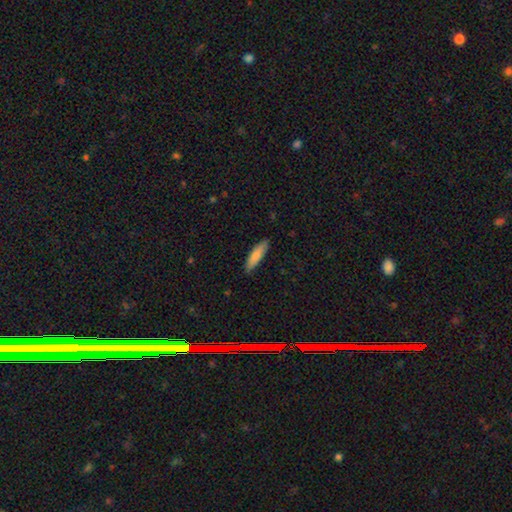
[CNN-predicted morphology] smooth_or_featured: smooth (p=0.80) [alt: featured or disk p=0.15]
how_rounded: cigar-shaped (p=0.70) [alt: in between p=0.28]
merging: none (p=0.87) [alt: minor disturbance p=0.10]